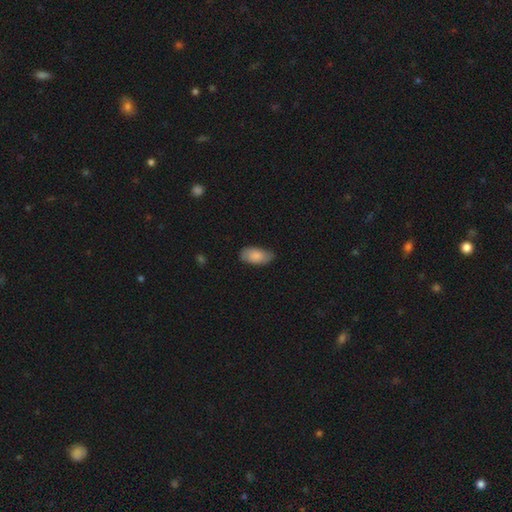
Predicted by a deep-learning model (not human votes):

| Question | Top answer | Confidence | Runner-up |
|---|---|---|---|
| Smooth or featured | smooth | 82% | featured or disk (12%) |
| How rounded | in between | 94% | cigar-shaped (4%) |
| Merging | none | 68% | minor disturbance (26%) |